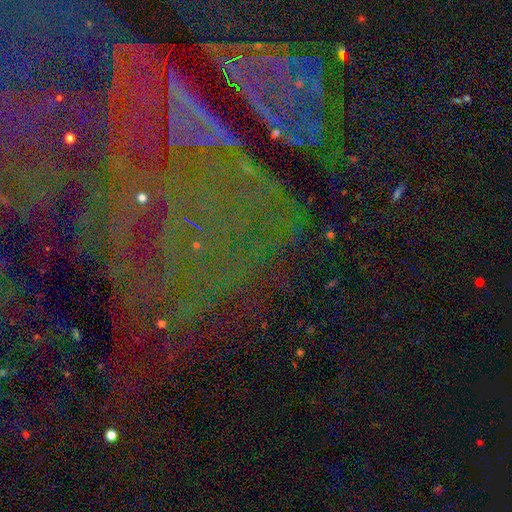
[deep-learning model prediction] star or artifact 75%, featured or disk 14%, smooth 11%.